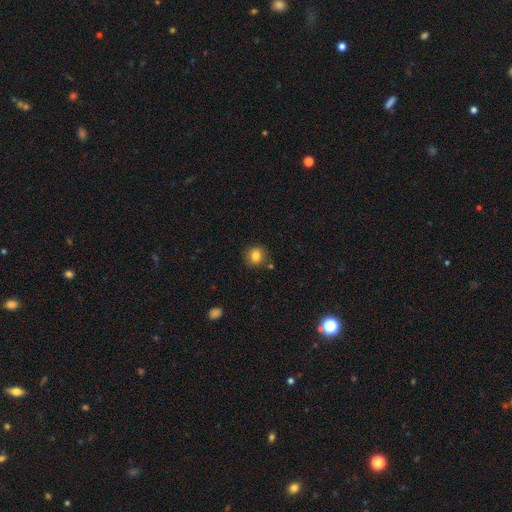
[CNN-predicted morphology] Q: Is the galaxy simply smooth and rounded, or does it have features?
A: smooth — 82%.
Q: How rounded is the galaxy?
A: round — 82%.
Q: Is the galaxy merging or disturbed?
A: none — 81%.